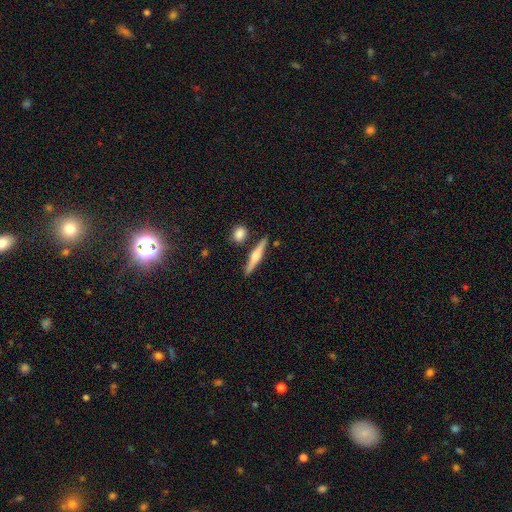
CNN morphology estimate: This appears to be a featured or disk galaxy (60%) viewed edge-on (97%) with a rounded central bulge (83%). Merging: none (85%).